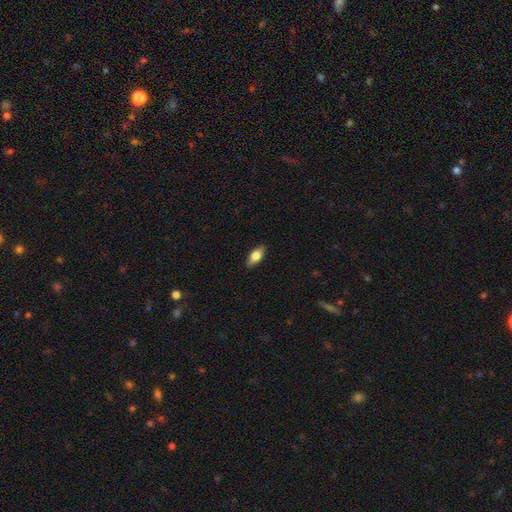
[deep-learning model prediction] smooth-or-featured: smooth: 72% | featured or disk: 22% | star or artifact: 7%
  how-rounded: in between: 84% | cigar-shaped: 12% | round: 4%
  merging: none: 87% | minor disturbance: 10% | major disturbance: 2% | merger: 1%